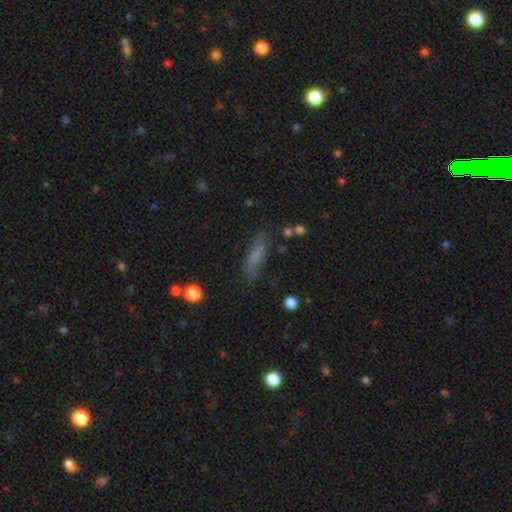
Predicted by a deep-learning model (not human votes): This is likely a smooth galaxy (66%). How rounded: likely cigar-shaped (63%). Merging: likely none (74%).